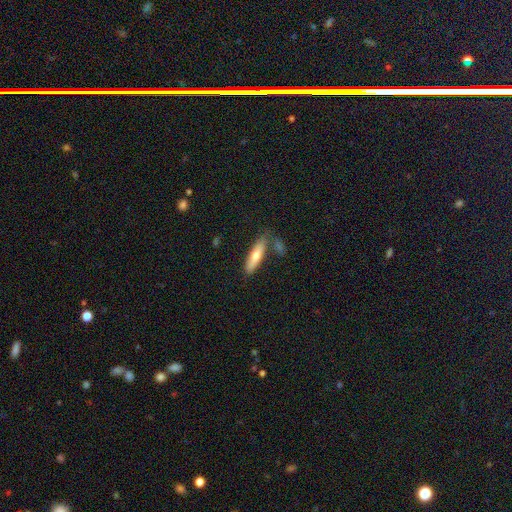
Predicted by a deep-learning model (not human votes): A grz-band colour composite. It shows a smooth galaxy with no disk features (63%) that is cigar-shaped (69%). Merging: none (70%).